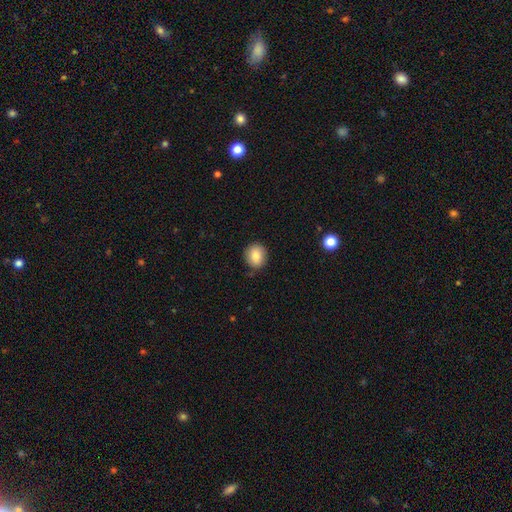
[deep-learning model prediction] smooth_or_featured: smooth (p=0.84) [alt: star or artifact p=0.08]
how_rounded: round (p=0.82) [alt: in between p=0.18]
merging: none (p=0.87) [alt: minor disturbance p=0.10]